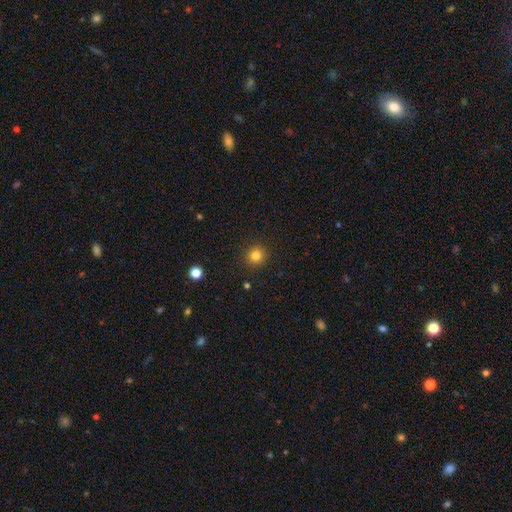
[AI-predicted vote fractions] Q: Smooth or featured?
A: smooth (82%); runner-up: star or artifact (13%)
Q: How rounded?
A: round (93%); runner-up: in between (6%)
Q: Merging?
A: none (91%); runner-up: minor disturbance (6%)